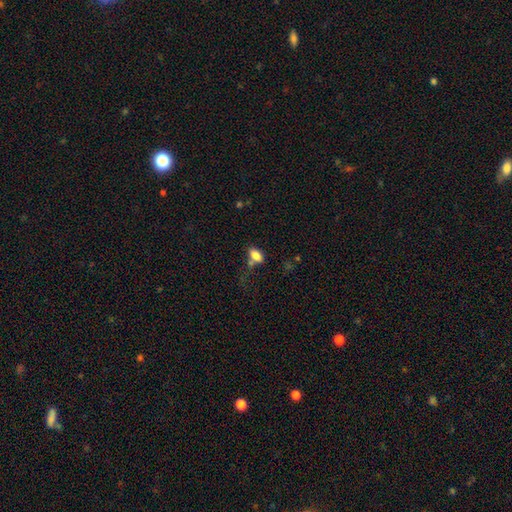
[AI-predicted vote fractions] Smooth or featured? Predicted: smooth (p=0.83). How rounded? Predicted: in between (p=0.90). Merging? Predicted: none (p=0.50).